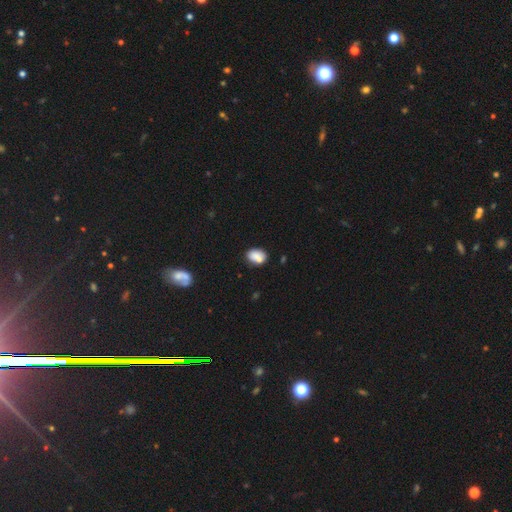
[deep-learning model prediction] smooth 82%, featured or disk 9%, star or artifact 9%. Down the decision tree: how rounded — in between (78%); merging — none (65%).